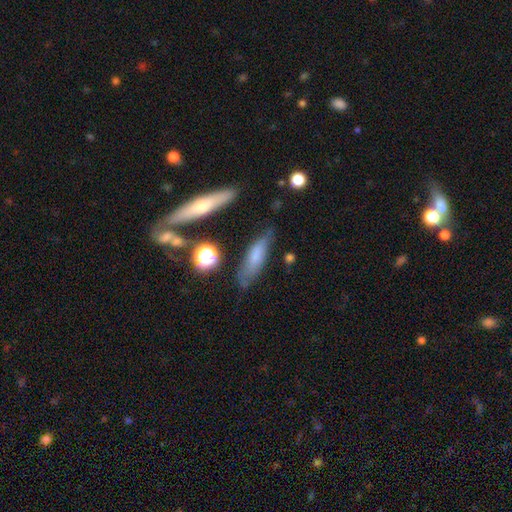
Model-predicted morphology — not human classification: The model was most divided on "how rounded": cigar-shaped: 59%, in between: 38%, round: 3%. More confident: merging — none (66%); smooth or featured — smooth (64%).